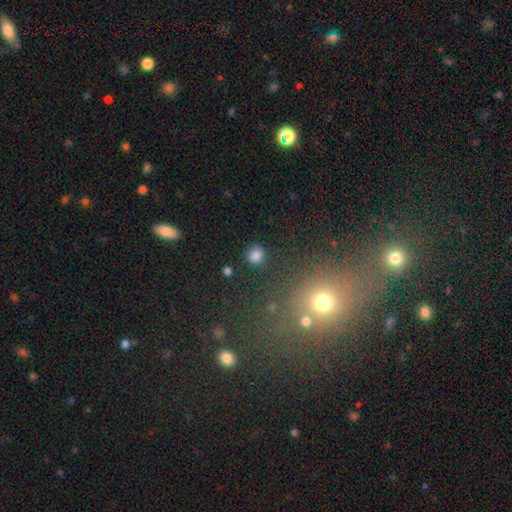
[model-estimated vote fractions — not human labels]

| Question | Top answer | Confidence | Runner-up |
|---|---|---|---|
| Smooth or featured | smooth | 82% | star or artifact (13%) |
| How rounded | round | 79% | in between (20%) |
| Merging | none | 85% | minor disturbance (9%) |